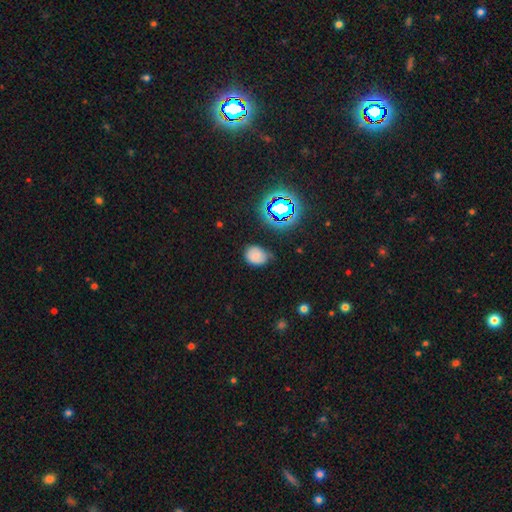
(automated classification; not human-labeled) This appears to be a smooth galaxy with no disk features (67%) that is round (50%). Merging: none (58%).